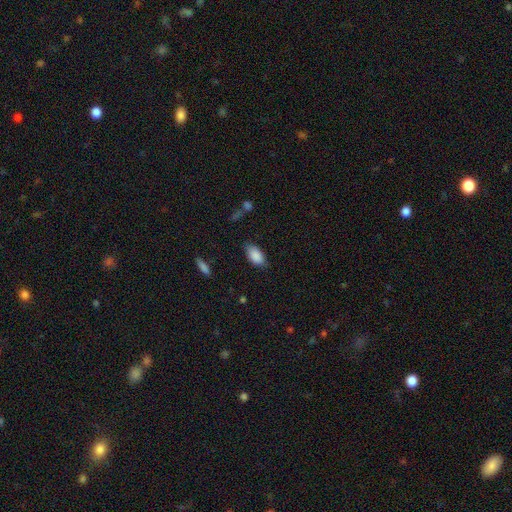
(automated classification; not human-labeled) A smooth galaxy with no disk features (88%) that is in between round and cigar-shaped (93%). Merging: none (79%).